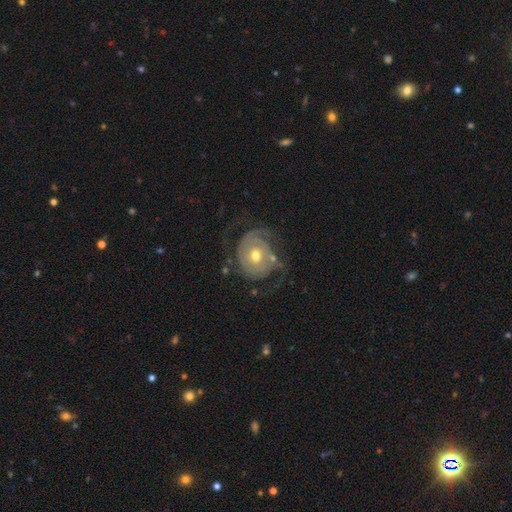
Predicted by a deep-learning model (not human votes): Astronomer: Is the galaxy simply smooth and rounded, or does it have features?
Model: featured or disk — 82%.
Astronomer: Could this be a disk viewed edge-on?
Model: no — 97%.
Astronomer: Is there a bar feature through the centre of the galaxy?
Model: no — 74%.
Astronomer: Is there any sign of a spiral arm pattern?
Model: yes — 90%.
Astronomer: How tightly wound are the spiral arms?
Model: tight — 50% (runner-up: medium, 31%).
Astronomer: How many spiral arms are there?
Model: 2 — 60%.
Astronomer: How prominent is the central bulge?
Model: moderate — 69%.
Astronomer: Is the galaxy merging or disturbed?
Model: none — 55%.